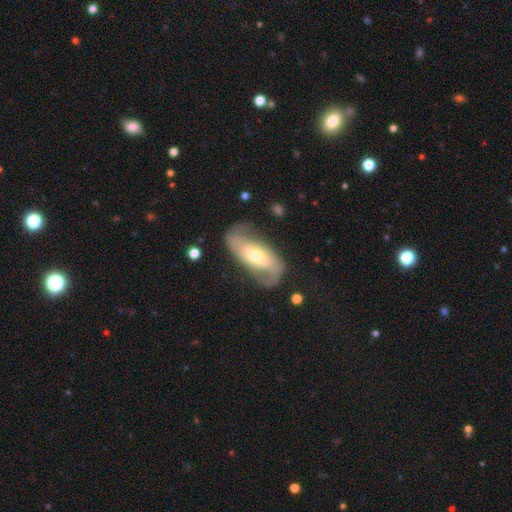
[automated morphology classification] The model was most divided on "bar": no: 45%, weak: 33%, strong: 22%. More confident: edge-on disk — no (91%); spiral arms — yes (78%); smooth or featured — featured or disk (67%); merging — none (63%); bulge size — moderate (60%).